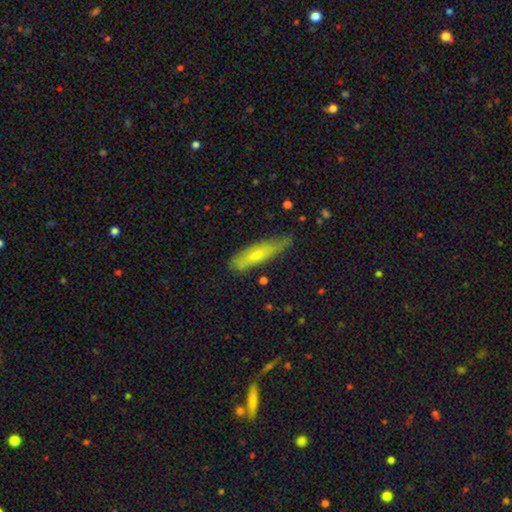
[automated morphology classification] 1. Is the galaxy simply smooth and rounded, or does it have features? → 60% smooth, 33% featured or disk, 7% star or artifact.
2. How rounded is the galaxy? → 73% cigar-shaped, 25% in between, 2% round.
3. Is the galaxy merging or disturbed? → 67% none, 26% minor disturbance, 4% major disturbance, 2% merger.